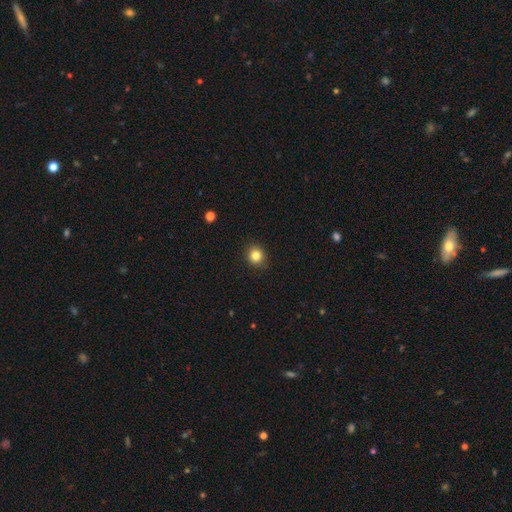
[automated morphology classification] smooth_or_featured: smooth (p=0.83) [alt: star or artifact p=0.11]
how_rounded: round (p=0.83) [alt: in between p=0.16]
merging: none (p=0.90) [alt: minor disturbance p=0.07]